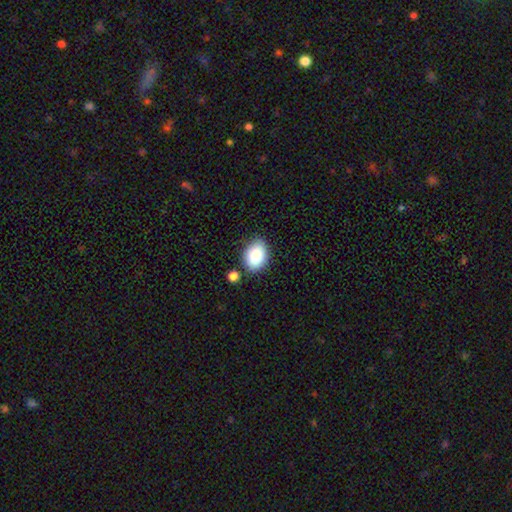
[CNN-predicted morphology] A smooth galaxy with no disk features (86%) that is in between round and cigar-shaped (83%). Merging: none (78%).